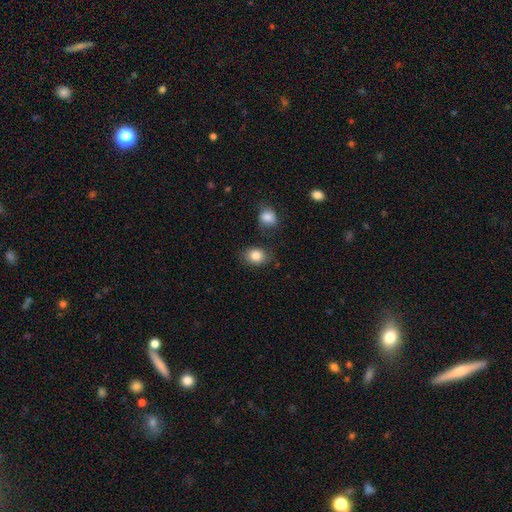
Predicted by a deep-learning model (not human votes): Smooth or featured? smooth (85%)
How rounded? in between (57%)
Merging? none (78%)